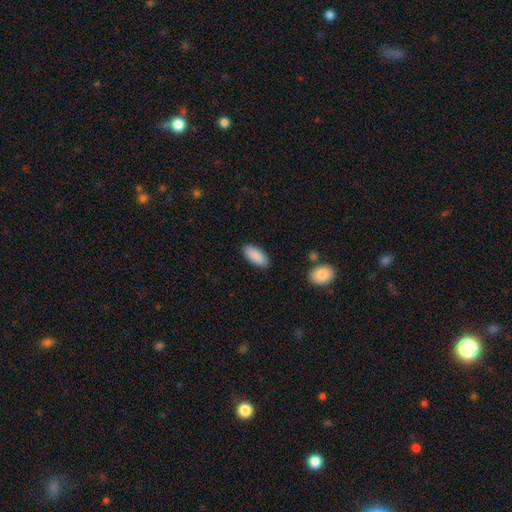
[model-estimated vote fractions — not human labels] Q: Smooth or featured?
A: smooth (90%); runner-up: star or artifact (6%)
Q: How rounded?
A: in between (85%); runner-up: cigar-shaped (14%)
Q: Merging?
A: none (88%); runner-up: minor disturbance (9%)